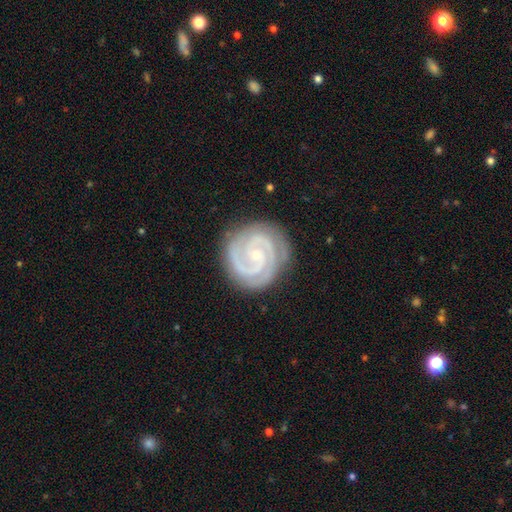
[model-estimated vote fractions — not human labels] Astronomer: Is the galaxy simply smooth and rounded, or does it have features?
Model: featured or disk — 92%.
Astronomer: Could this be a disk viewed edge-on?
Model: no — 98%.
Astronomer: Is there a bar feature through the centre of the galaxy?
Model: no — 61%.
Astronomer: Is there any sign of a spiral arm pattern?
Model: yes — 99%.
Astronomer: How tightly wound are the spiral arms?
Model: tight — 76%.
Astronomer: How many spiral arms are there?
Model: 2 — 76%.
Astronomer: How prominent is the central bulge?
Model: small — 79%.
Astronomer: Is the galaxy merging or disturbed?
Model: none — 83%.